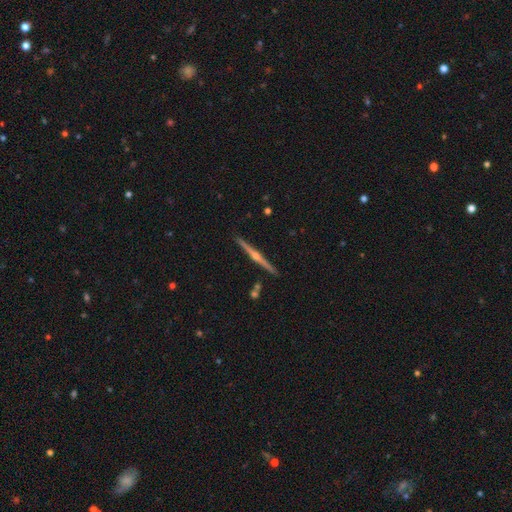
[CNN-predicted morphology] Smooth or featured? featured or disk (85%)
Edge-on disk? yes (99%)
Edge-on bulge? rounded (93%)
Merging? none (92%)